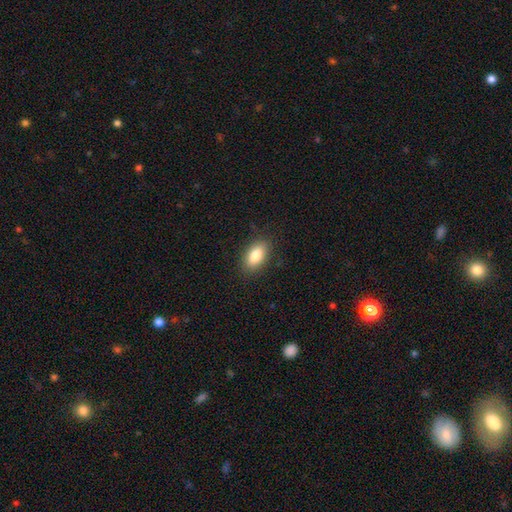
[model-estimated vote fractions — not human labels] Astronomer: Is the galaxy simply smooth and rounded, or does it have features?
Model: smooth — 84%.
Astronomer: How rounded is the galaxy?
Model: in between — 90%.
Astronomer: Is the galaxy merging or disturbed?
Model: none — 87%.